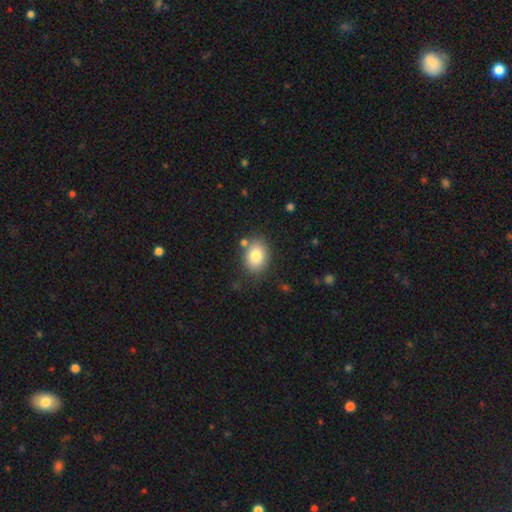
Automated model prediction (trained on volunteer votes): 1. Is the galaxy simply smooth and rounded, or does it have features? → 82% smooth, 9% featured or disk, 9% star or artifact.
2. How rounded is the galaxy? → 71% in between, 28% round, 1% cigar-shaped.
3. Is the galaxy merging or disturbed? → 78% none, 13% minor disturbance, 5% merger, 4% major disturbance.